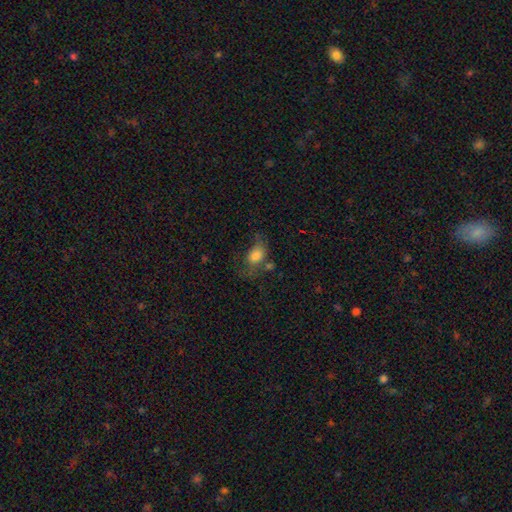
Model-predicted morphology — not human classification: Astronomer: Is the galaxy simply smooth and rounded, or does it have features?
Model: smooth — 74%.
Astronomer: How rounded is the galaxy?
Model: in between — 76%.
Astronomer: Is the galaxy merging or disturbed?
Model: none — 36% (runner-up: minor disturbance, 28%).